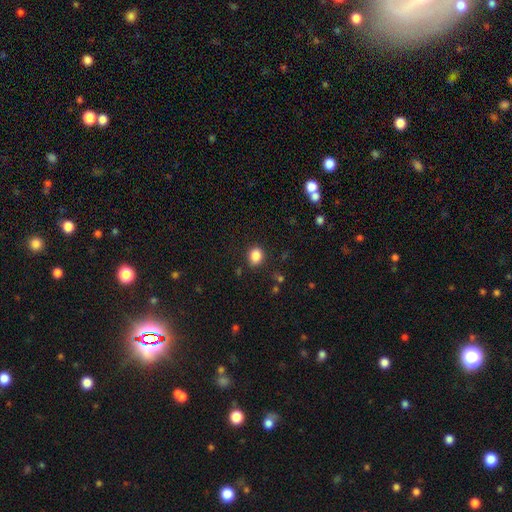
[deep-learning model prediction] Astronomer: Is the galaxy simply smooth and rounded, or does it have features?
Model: smooth — 86%.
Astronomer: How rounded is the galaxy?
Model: round — 52% (runner-up: in between, 47%).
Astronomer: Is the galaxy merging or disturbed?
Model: none — 86%.